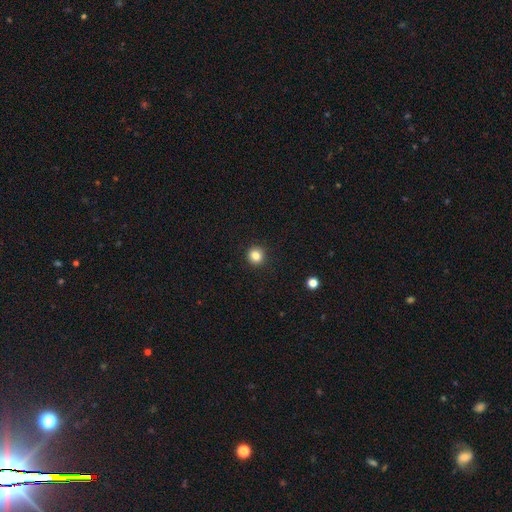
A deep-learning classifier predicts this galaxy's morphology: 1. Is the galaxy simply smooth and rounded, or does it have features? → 84% smooth, 11% star or artifact, 5% featured or disk.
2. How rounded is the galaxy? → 92% round, 7% in between, 1% cigar-shaped.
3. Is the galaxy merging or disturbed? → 92% none, 5% minor disturbance, 2% major disturbance, 1% merger.